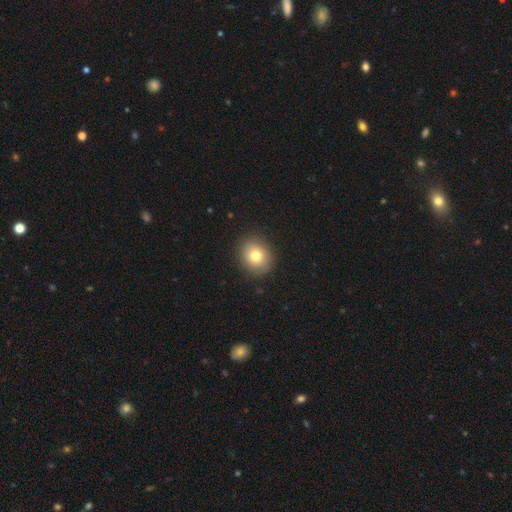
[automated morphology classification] Smooth or featured: smooth — 78% (featured or disk — 11%)
How rounded: round — 73% (in between — 26%)
Merging: none — 89% (minor disturbance — 7%)